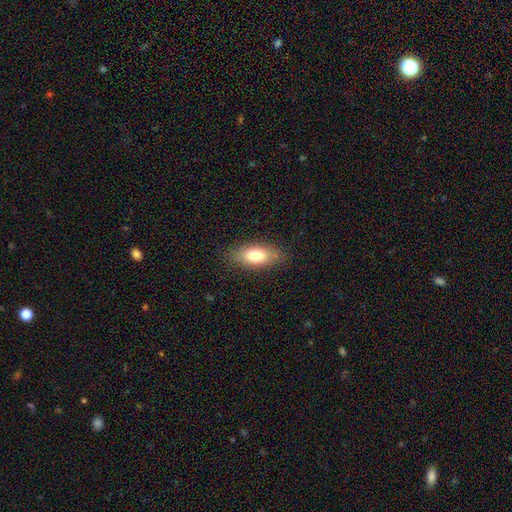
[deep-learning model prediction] This is likely a smooth galaxy (76%). How rounded: clearly in between (82%). Merging: clearly none (82%).